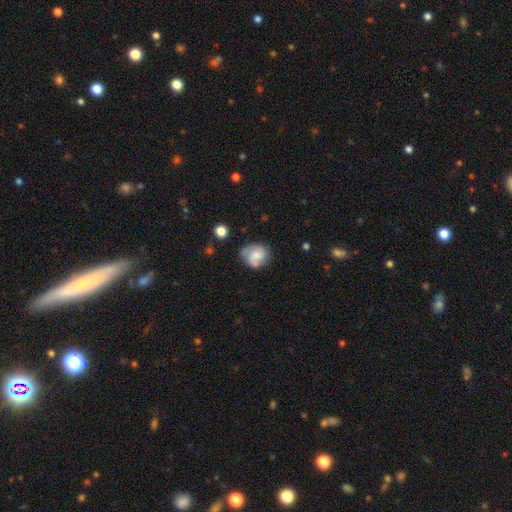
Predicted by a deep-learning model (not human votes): A smooth galaxy with no disk features (57%) that is round (60%).

Vote fractions:
- Smooth or featured? smooth: 57% / featured or disk: 35% / star or artifact: 8%
- How rounded? round: 60% / in between: 39% / cigar-shaped: 1%
- Merging? none: 50% / minor disturbance: 31% / major disturbance: 13% / merger: 6%